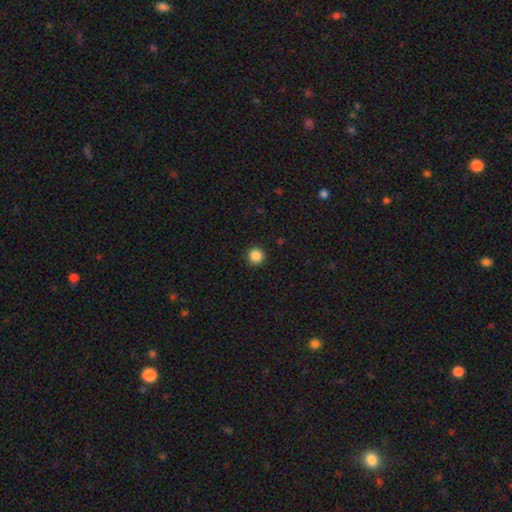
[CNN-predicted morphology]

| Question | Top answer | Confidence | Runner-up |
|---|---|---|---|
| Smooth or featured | smooth | 87% | star or artifact (11%) |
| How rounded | round | 96% | in between (3%) |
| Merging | none | 93% | minor disturbance (5%) |